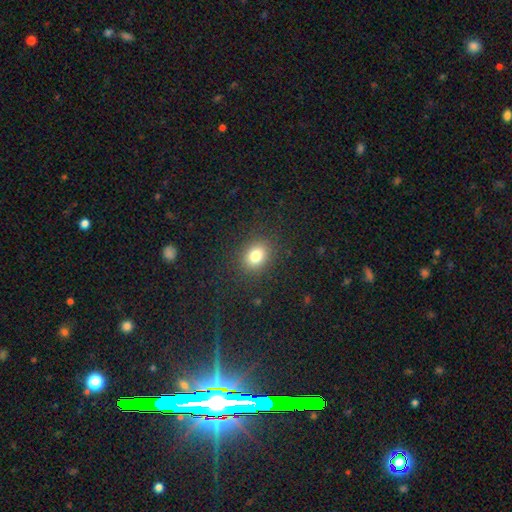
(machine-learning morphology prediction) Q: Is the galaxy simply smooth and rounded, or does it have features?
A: smooth — 80%.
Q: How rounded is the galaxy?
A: in between — 51%.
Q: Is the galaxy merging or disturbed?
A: none — 87%.